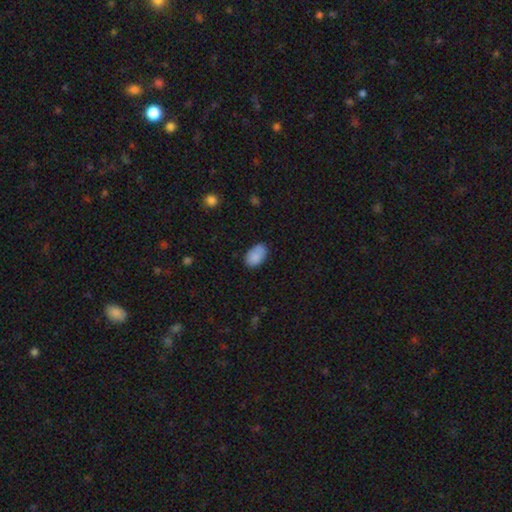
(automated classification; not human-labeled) A smooth galaxy with no disk features (85%) that is in between round and cigar-shaped (91%). Merging: none (68%).